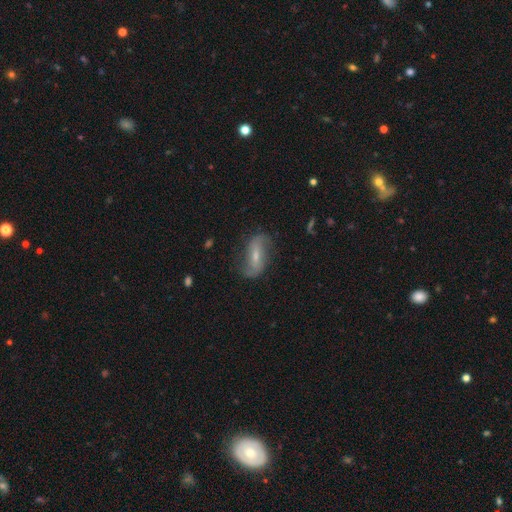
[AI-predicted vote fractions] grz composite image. It shows a featured or disk galaxy (68%) with a weak bar (41%), 2 (87%) loose (60%) spiral arms (87%) and a small central bulge (55%). Merging: none (70%).